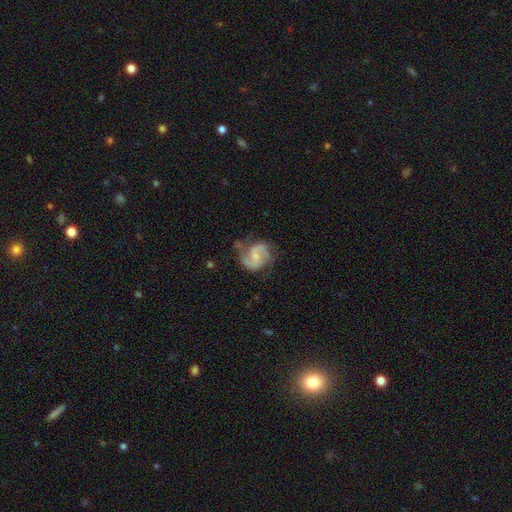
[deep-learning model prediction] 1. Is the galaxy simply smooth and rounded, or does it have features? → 84% featured or disk, 11% smooth, 5% star or artifact.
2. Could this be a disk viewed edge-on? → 98% no, 2% yes.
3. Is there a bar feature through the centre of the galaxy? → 46% no, 45% weak, 9% strong.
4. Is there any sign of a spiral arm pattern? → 96% yes, 4% no.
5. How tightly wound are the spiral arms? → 55% medium, 26% tight, 19% loose.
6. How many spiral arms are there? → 89% 2, 4% can't tell, 2% 3, 2% 1, 1% 4, 1% more than 4.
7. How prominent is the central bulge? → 47% small, 29% moderate, 20% none, 3% large, 1% dominant.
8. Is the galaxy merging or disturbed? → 64% none, 22% minor disturbance, 11% major disturbance, 2% merger.